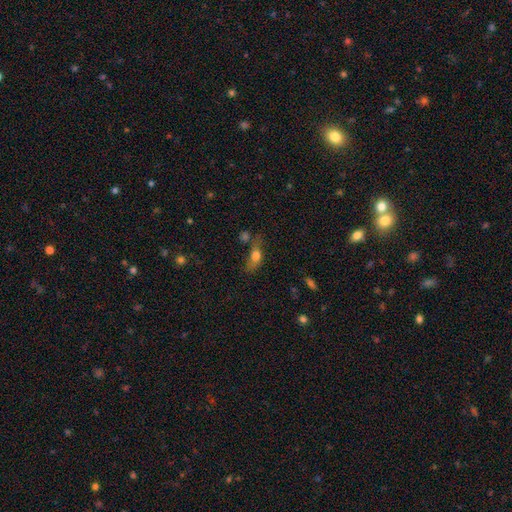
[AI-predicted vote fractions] Smooth or featured: smooth — 67% (featured or disk — 22%)
How rounded: in between — 66% (cigar-shaped — 20%)
Merging: none — 41% (minor disturbance — 24%)